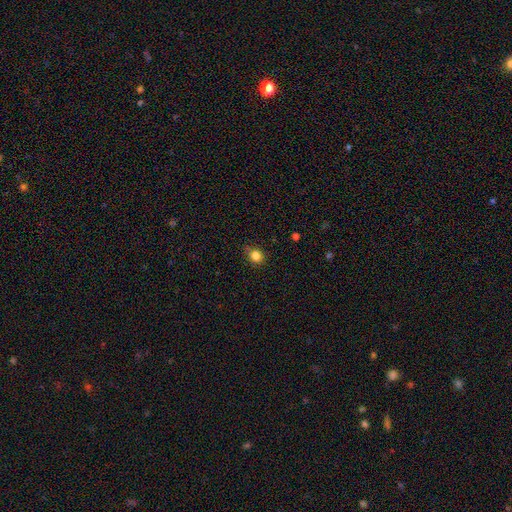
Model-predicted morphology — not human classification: This appears to be a smooth galaxy with no disk features (83%) that is round (75%). Merging: none (77%).